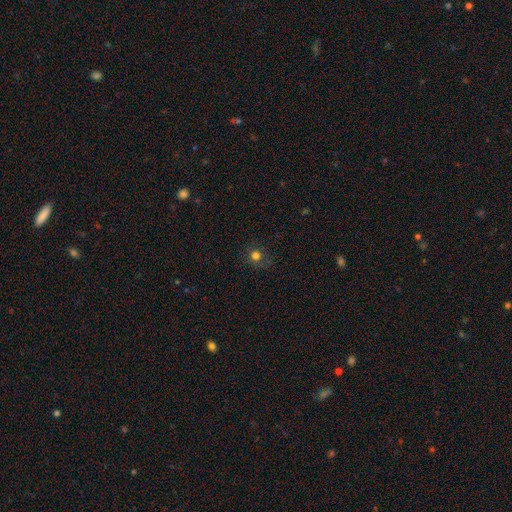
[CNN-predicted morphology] A smooth galaxy with no disk features (69%) that is round (89%).

Vote fractions:
- Smooth or featured? smooth: 69% / star or artifact: 22% / featured or disk: 8%
- How rounded? round: 89% / in between: 10% / cigar-shaped: 1%
- Merging? none: 82% / minor disturbance: 12% / major disturbance: 5% / merger: 1%